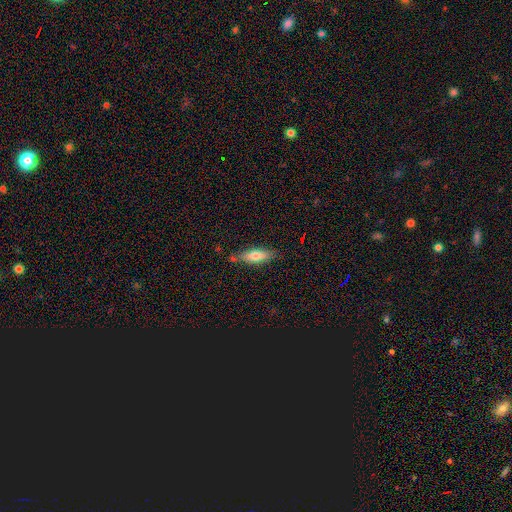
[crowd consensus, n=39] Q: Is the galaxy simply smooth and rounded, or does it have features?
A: smooth — 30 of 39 (77%).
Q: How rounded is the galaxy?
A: in between — 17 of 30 (57%).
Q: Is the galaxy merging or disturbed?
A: none — 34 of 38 (89%).